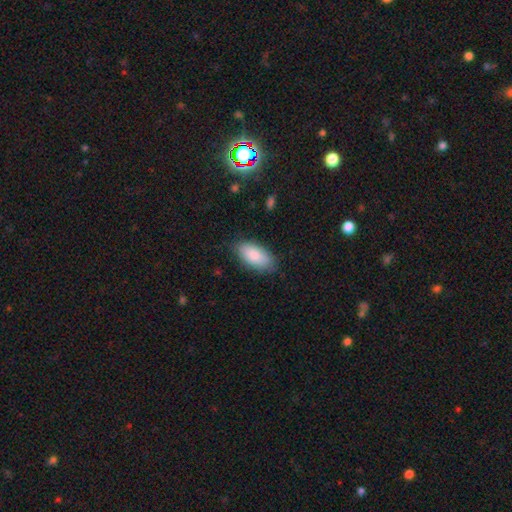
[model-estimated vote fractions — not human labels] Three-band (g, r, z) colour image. It shows a smooth galaxy with no disk features (86%) that is in between round and cigar-shaped (92%). Merging: none (80%).